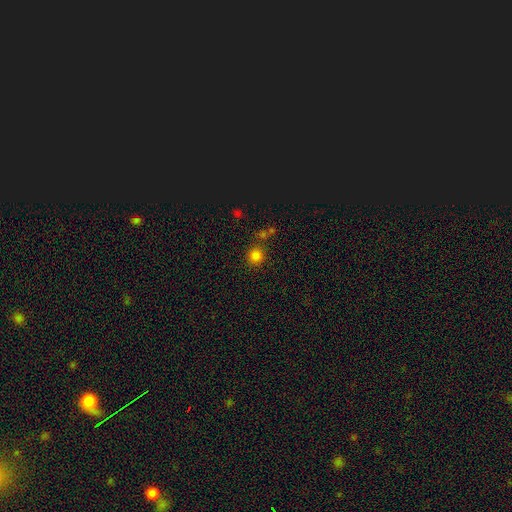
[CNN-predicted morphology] Smooth or featured? Predicted: smooth (p=0.78). How rounded? Predicted: round (p=0.91). Merging? Predicted: none (p=0.75).